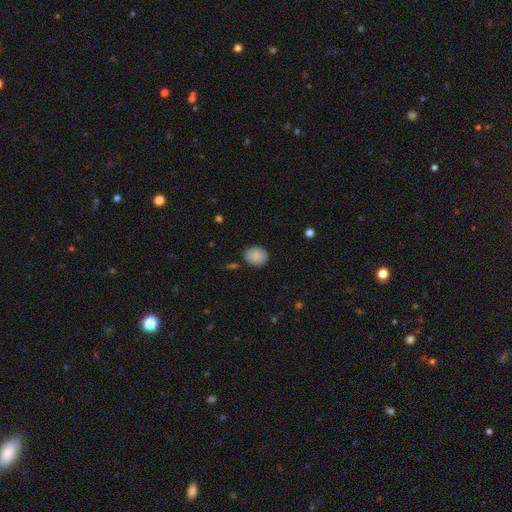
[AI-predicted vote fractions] Smooth or featured?
  - smooth: 87% *
  - star or artifact: 8%
  - featured or disk: 5%
How rounded?
  - round: 59% *
  - in between: 40%
  - cigar-shaped: 1%
Merging?
  - none: 83% *
  - minor disturbance: 12%
  - major disturbance: 3%
  - merger: 2%